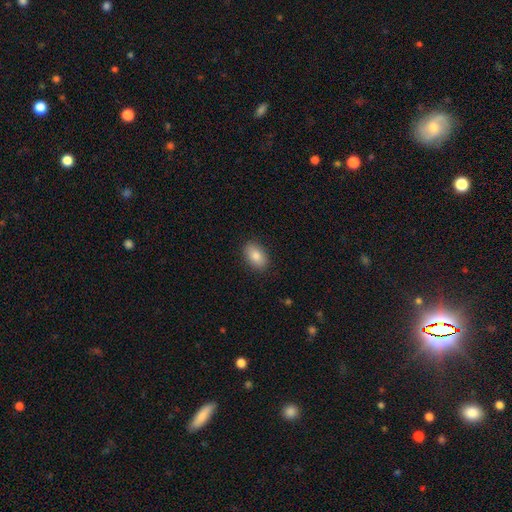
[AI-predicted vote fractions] Smooth or featured: smooth — 85% (featured or disk — 8%)
How rounded: in between — 90% (round — 8%)
Merging: none — 88% (minor disturbance — 8%)